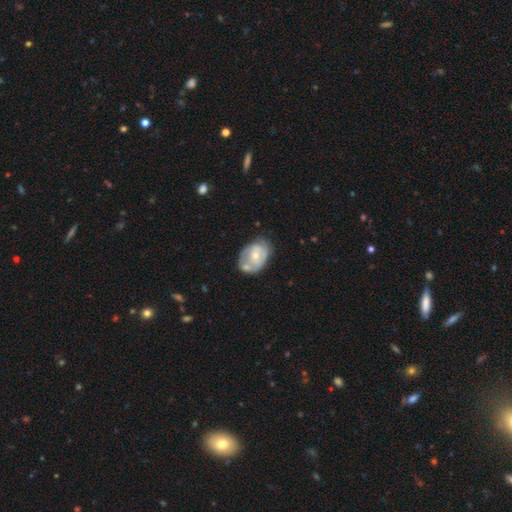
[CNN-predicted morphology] type=featured or disk (56%); edge-on=no (96%); bar=no (69%); spiral arms=no (54%); bulge=moderate (48%); merging=none (39%).